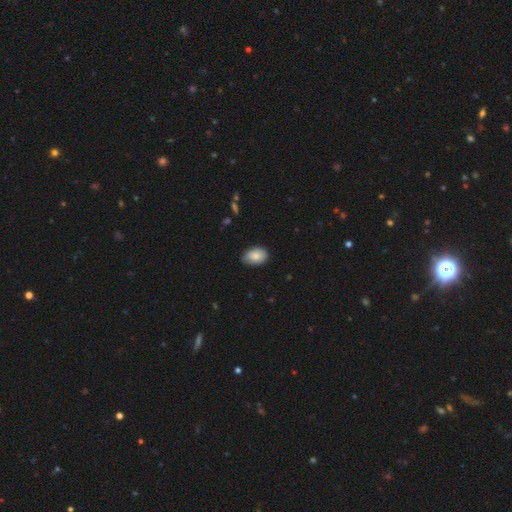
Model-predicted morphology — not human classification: smooth 85%, featured or disk 8%, star or artifact 7%. Down the decision tree: how rounded — in between (84%); merging — none (78%).